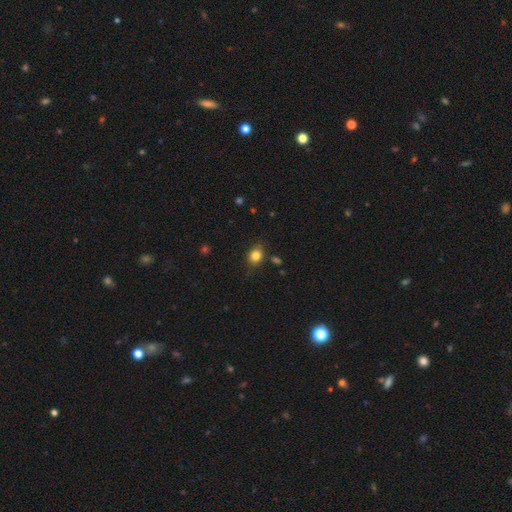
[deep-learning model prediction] Morphology: type=smooth (82%); roundness=round (56%); merging=none (78%).